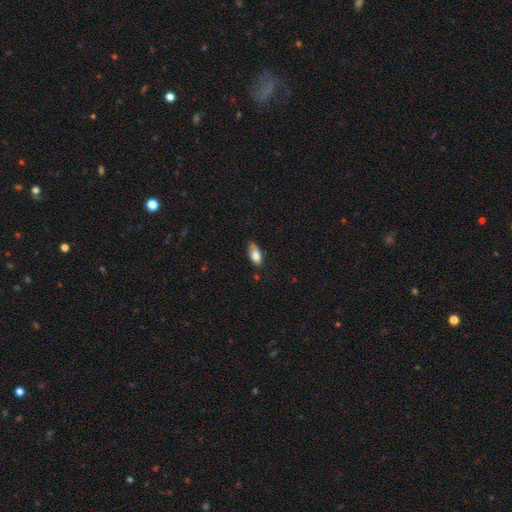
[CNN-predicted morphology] Q: Smooth or featured?
A: smooth (80%); runner-up: featured or disk (13%)
Q: How rounded?
A: in between (88%); runner-up: cigar-shaped (9%)
Q: Merging?
A: none (54%); runner-up: minor disturbance (36%)